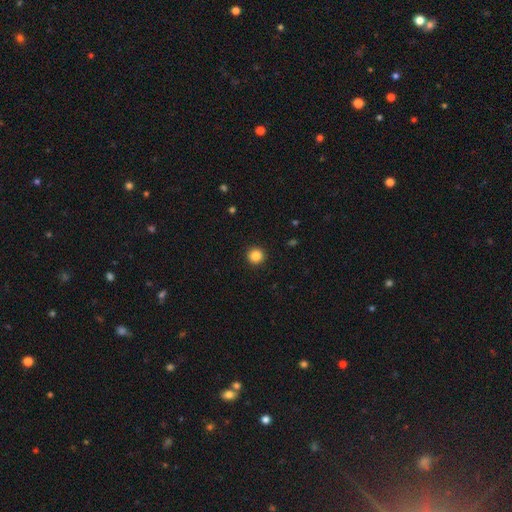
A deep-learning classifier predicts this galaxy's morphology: Smooth or featured: smooth — 85% (star or artifact — 11%)
How rounded: round — 95% (in between — 4%)
Merging: none — 93% (minor disturbance — 5%)